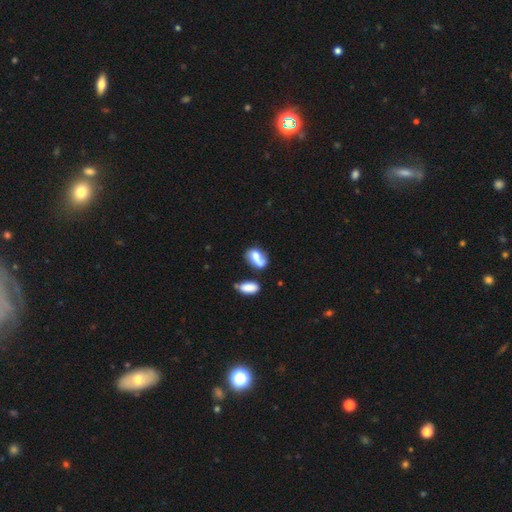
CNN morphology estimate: Smooth or featured: smooth — 63% (featured or disk — 28%)
How rounded: in between — 78% (round — 18%)
Merging: merger — 41% (none — 27%)